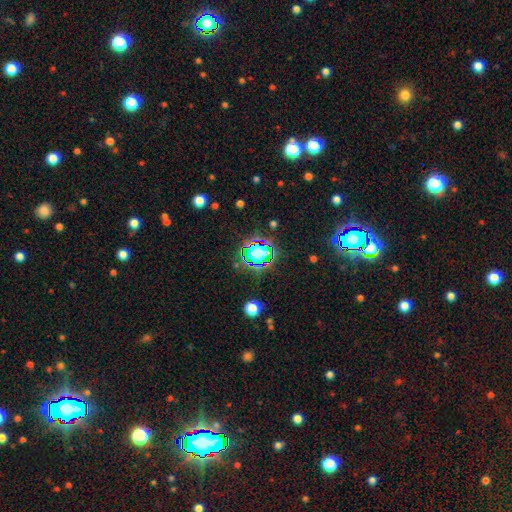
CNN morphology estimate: Smooth or featured?
  - star or artifact: 66% *
  - smooth: 24%
  - featured or disk: 10%